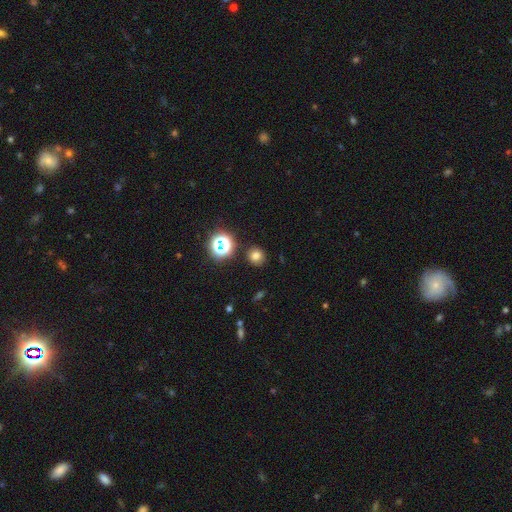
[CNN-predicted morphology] Q: Smooth or featured?
A: smooth (72%); runner-up: star or artifact (21%)
Q: How rounded?
A: round (86%); runner-up: in between (13%)
Q: Merging?
A: none (88%); runner-up: minor disturbance (8%)